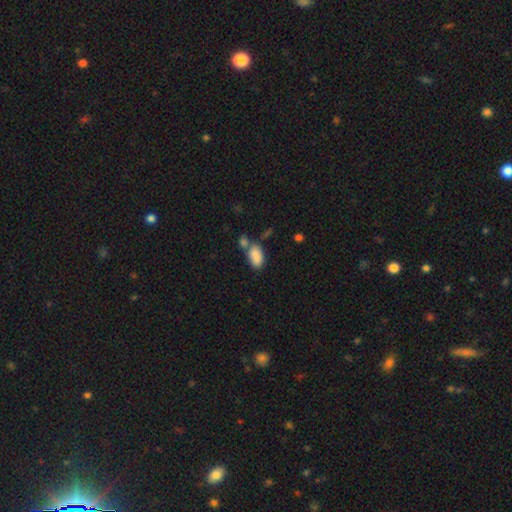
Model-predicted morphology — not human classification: This is clearly a smooth galaxy (87%). How rounded: clearly in between (93%). Merging: possibly none (47%).